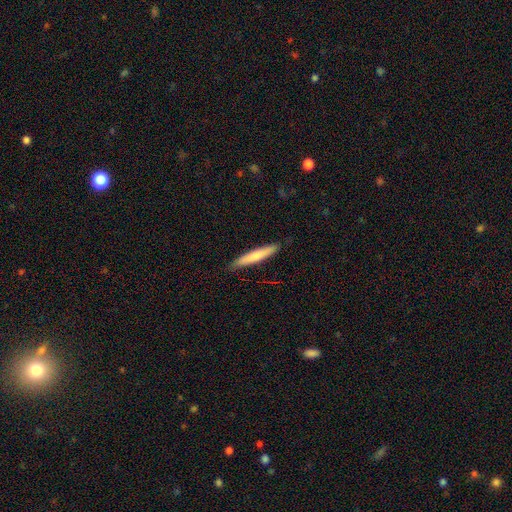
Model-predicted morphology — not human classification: Smooth or featured: smooth — 71% (featured or disk — 24%)
How rounded: cigar-shaped — 94% (in between — 5%)
Merging: none — 89% (minor disturbance — 9%)